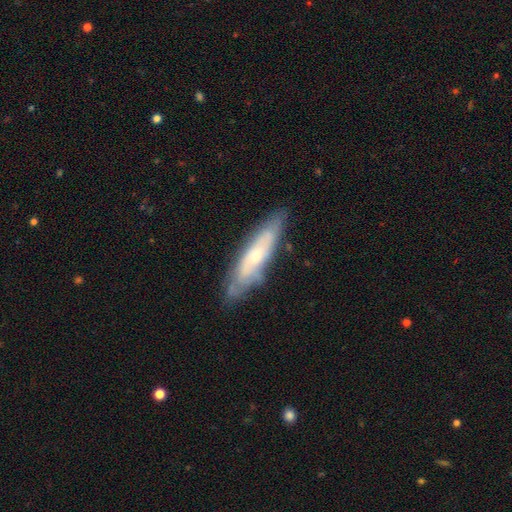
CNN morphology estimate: This appears to be a featured or disk galaxy (59%). Merging: none (74%).